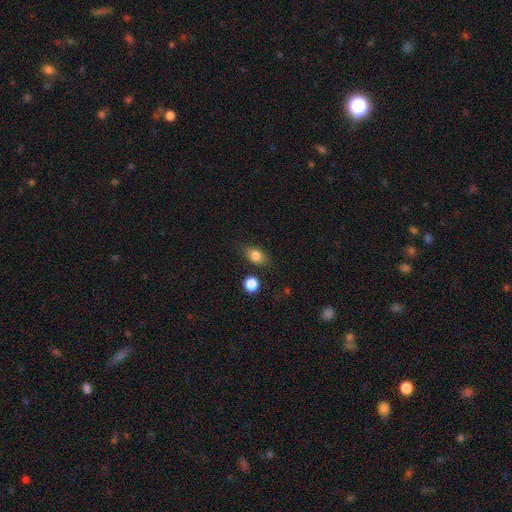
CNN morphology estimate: This is clearly a smooth galaxy (82%). How rounded: likely in between (75%). Merging: likely none (76%).